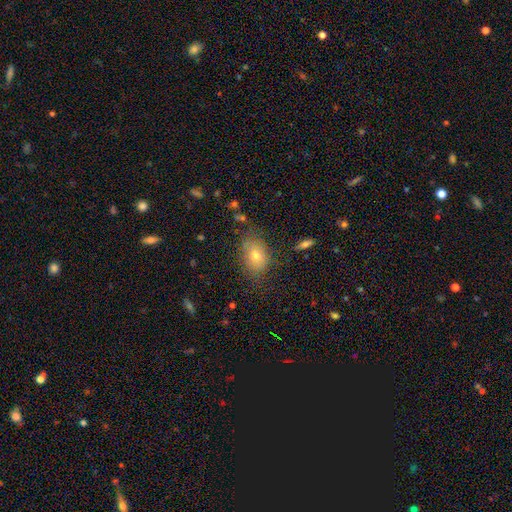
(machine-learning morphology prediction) A smooth galaxy with no disk features (70%) that is in between round and cigar-shaped (75%).

Vote fractions:
- Smooth or featured? smooth: 70% / featured or disk: 17% / star or artifact: 13%
- How rounded? in between: 75% / round: 23% / cigar-shaped: 2%
- Merging? none: 73% / minor disturbance: 19% / major disturbance: 6% / merger: 2%